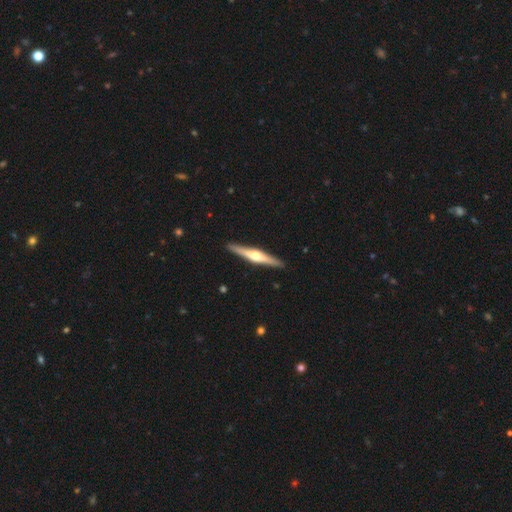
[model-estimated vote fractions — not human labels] Morphology: type=featured or disk (74%); edge-on=yes (98%); edge-on bulge=rounded (94%); merging=none (92%).